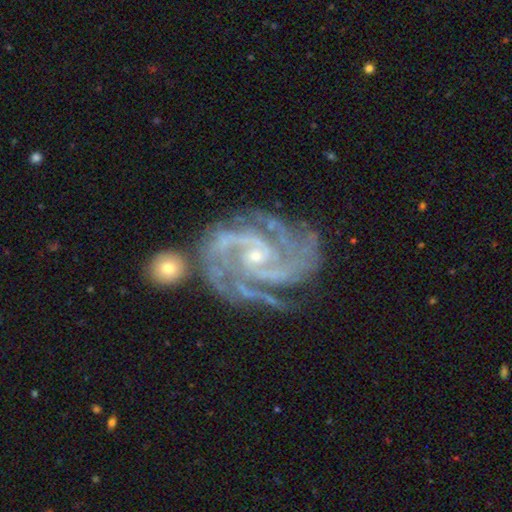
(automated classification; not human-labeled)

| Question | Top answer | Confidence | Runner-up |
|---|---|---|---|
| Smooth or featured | featured or disk | 91% | star or artifact (6%) |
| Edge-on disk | no | 98% | yes (2%) |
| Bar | no | 46% | weak (36%) |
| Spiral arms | yes | 99% | no (1%) |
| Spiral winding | tight | 57% | medium (37%) |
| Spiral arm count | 3 | 34% | 4 (21%) |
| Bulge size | small | 76% | moderate (20%) |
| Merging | none | 63% | minor disturbance (18%) |